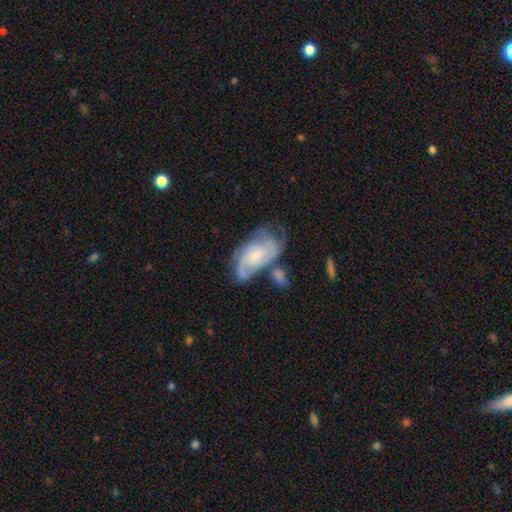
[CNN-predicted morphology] This is likely a featured or disk galaxy (73%). It is clearly not viewed edge-on (95%). Bar: likely no (64%). Spiral arm pattern: clearly yes (89%). Spiral arm count: marginally 2 (37%). Spiral winding: marginally medium (44%). Central bulge: possibly small (55%). Merging: marginally none (41%).